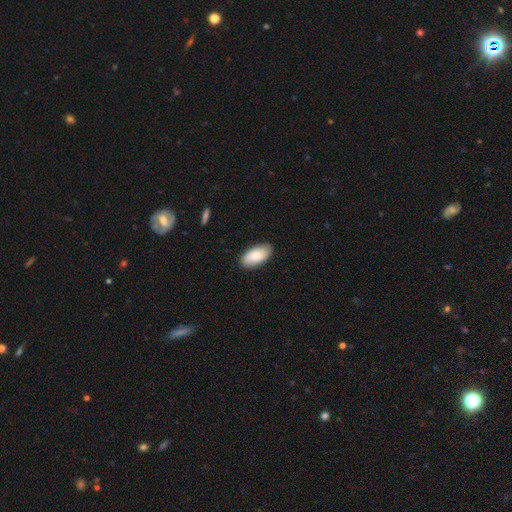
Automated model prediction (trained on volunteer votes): A smooth galaxy with no disk features (79%) that is in between round and cigar-shaped (93%). Merging: none (87%).